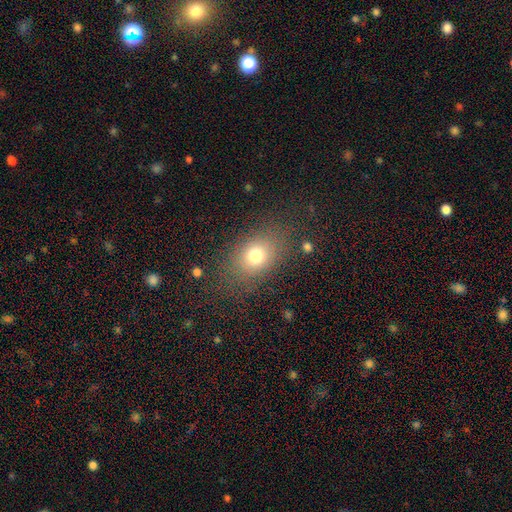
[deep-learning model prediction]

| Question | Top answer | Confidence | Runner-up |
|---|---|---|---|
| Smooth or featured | smooth | 76% | star or artifact (13%) |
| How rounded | in between | 68% | round (30%) |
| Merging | none | 79% | minor disturbance (13%) |